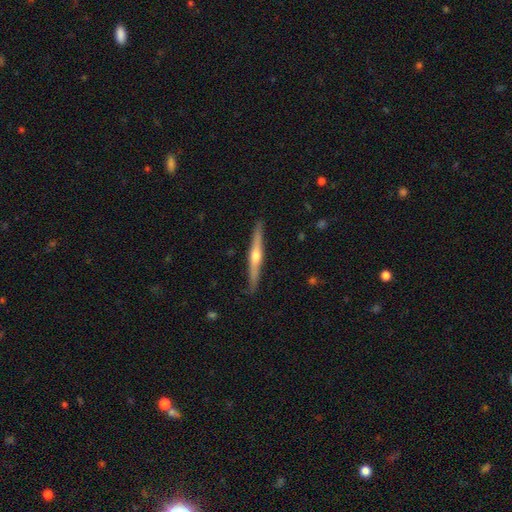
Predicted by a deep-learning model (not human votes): Q: Smooth or featured?
A: featured or disk (74%); runner-up: smooth (21%)
Q: Edge-on disk?
A: yes (98%); runner-up: no (2%)
Q: Edge-on bulge?
A: rounded (90%); runner-up: none (7%)
Q: Merging?
A: none (89%); runner-up: minor disturbance (8%)